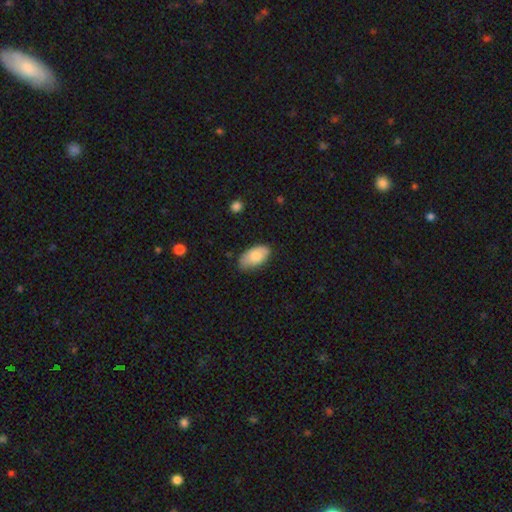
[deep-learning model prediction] Smooth or featured: smooth — 79% (featured or disk — 15%)
How rounded: in between — 95% (round — 3%)
Merging: none — 69% (minor disturbance — 26%)